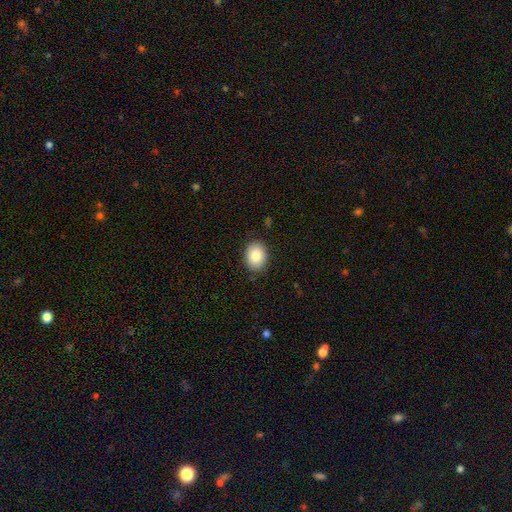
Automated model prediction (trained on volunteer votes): Smooth or featured?
  - smooth: 84% *
  - featured or disk: 8%
  - star or artifact: 8%
How rounded?
  - in between: 67% *
  - round: 33%
  - cigar-shaped: 1%
Merging?
  - none: 87% *
  - minor disturbance: 10%
  - major disturbance: 2%
  - merger: 1%